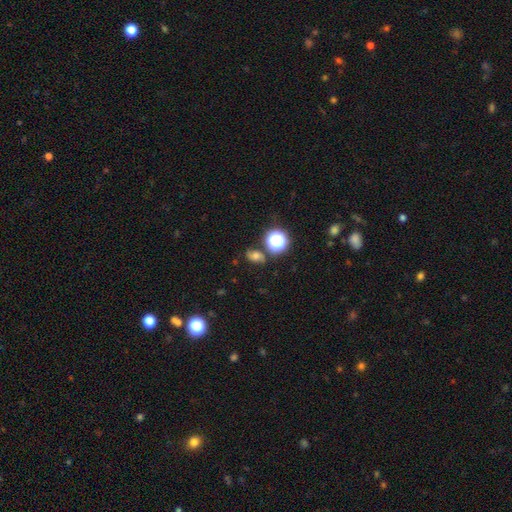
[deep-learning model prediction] Smooth or featured? Predicted: smooth (p=0.57). How rounded? Predicted: in between (p=0.64). Merging? Predicted: none (p=0.71).